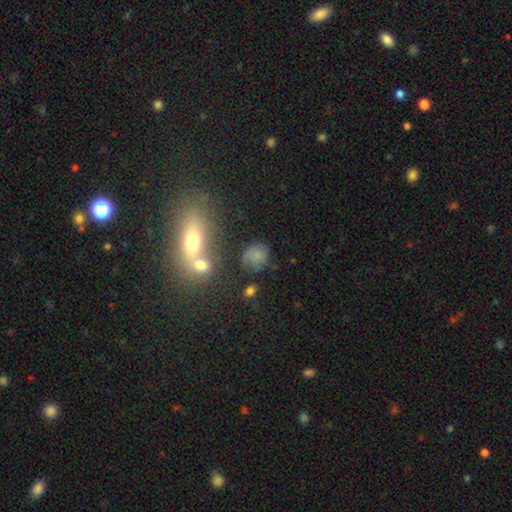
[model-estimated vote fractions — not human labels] Smooth or featured? smooth (70%)
How rounded? round (67%)
Merging? none (57%)